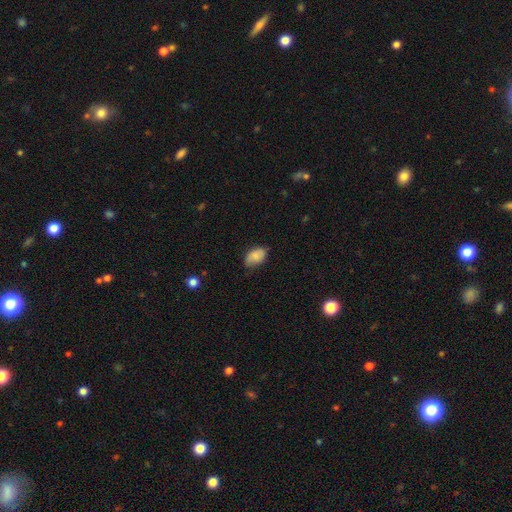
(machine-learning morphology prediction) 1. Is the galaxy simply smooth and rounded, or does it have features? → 82% smooth, 10% featured or disk, 7% star or artifact.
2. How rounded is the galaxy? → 90% in between, 9% round, 1% cigar-shaped.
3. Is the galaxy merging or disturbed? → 70% none, 24% minor disturbance, 4% major disturbance, 1% merger.